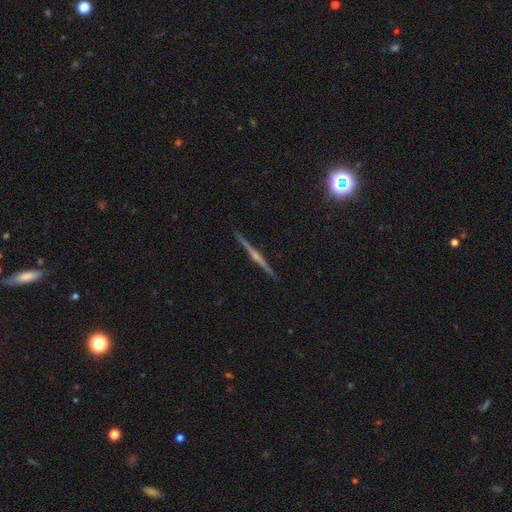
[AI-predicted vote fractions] The model was most divided on "edge-on bulge": rounded: 79%, none: 13%, boxy: 8%. More confident: edge-on disk — yes (99%); merging — none (93%); smooth or featured — featured or disk (84%).